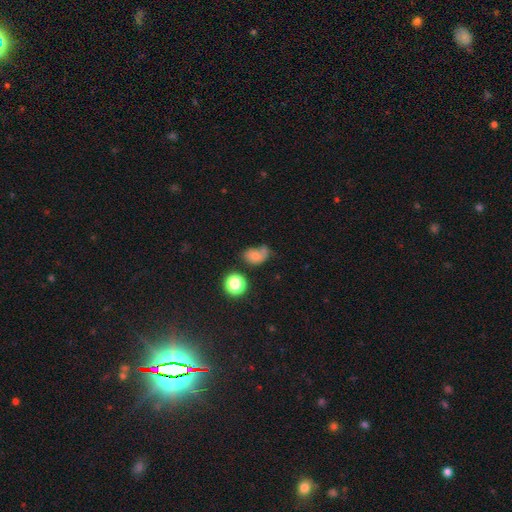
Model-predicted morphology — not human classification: Smooth or featured? Predicted: smooth (p=0.70). How rounded? Predicted: in between (p=0.65). Merging? Predicted: none (p=0.38).